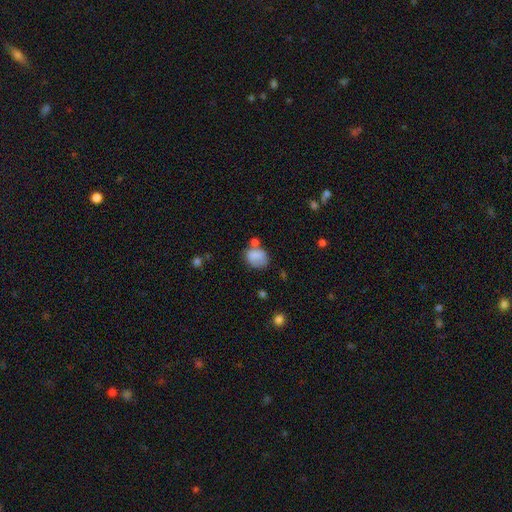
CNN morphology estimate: A smooth galaxy with no disk features (80%) that is in between round and cigar-shaped (52%). Merging: none (53%).